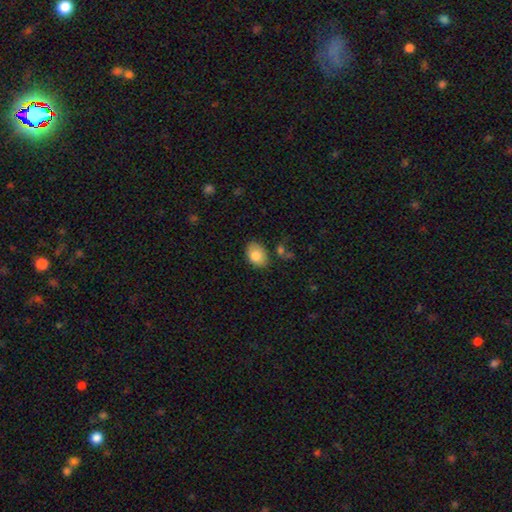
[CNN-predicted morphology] This is clearly a smooth galaxy (82%). How rounded: likely in between (77%). Merging: likely none (79%).